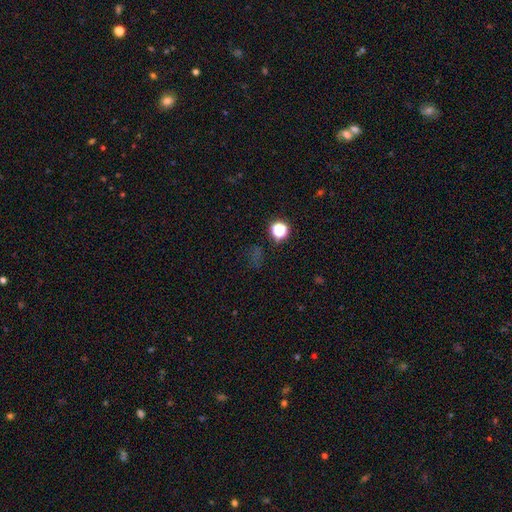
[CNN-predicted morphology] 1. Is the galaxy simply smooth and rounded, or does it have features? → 59% star or artifact, 31% smooth, 10% featured or disk.